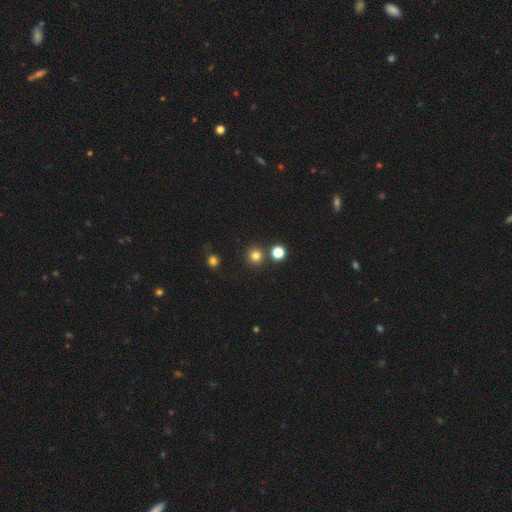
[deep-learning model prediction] A smooth galaxy with no disk features (79%) that is round (95%).

Vote fractions:
- Smooth or featured? smooth: 79% / star or artifact: 16% / featured or disk: 5%
- How rounded? round: 95% / in between: 4% / cigar-shaped: 1%
- Merging? none: 86% / merger: 6% / minor disturbance: 6% / major disturbance: 2%